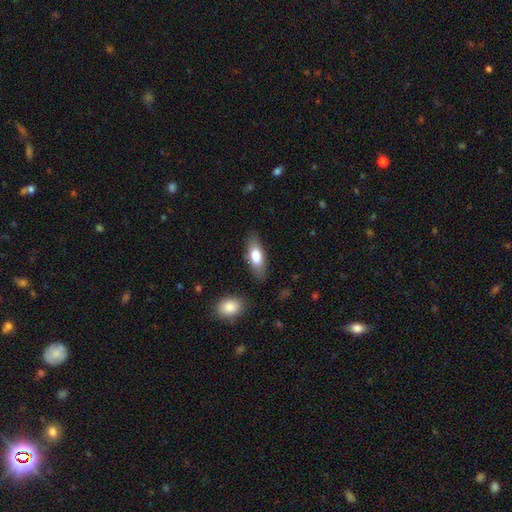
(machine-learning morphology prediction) This appears to be a smooth galaxy with no disk features (75%) that is in between round and cigar-shaped (76%). Merging: none (81%).